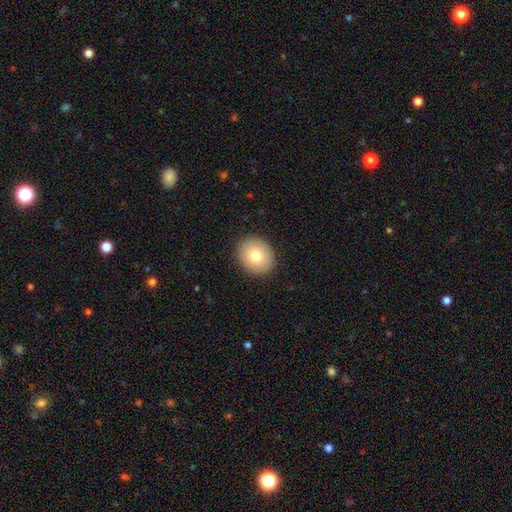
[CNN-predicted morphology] Q: Smooth or featured?
A: smooth (77%); runner-up: featured or disk (14%)
Q: How rounded?
A: round (67%); runner-up: in between (32%)
Q: Merging?
A: none (90%); runner-up: minor disturbance (7%)